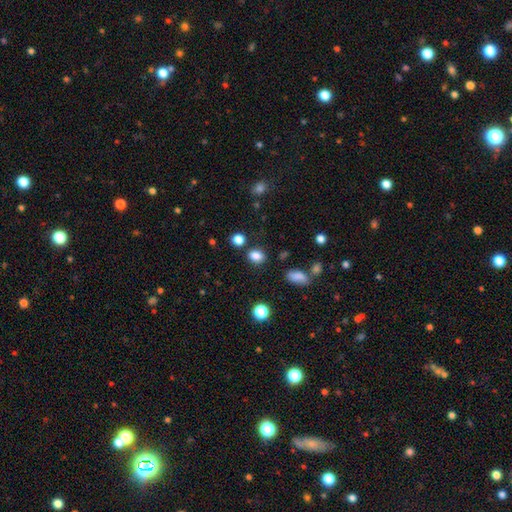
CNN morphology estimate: This is clearly a smooth galaxy (84%). How rounded: likely in between (63%). Merging: likely none (80%).